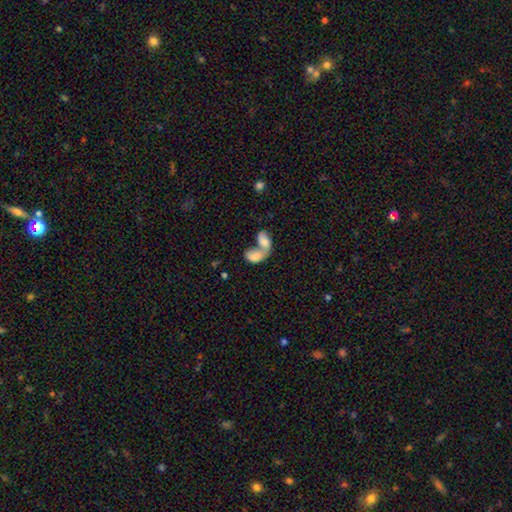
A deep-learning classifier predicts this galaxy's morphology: Smooth or featured? Predicted: smooth (p=0.72). How rounded? Predicted: in between (p=0.89). Merging? Predicted: merger (p=0.82).